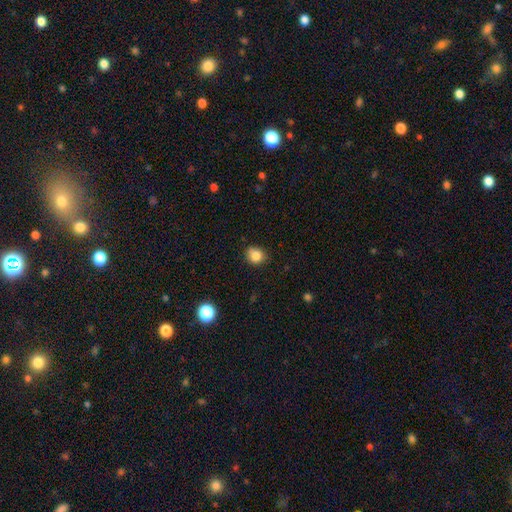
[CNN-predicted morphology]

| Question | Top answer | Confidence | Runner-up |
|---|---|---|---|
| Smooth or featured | smooth | 83% | star or artifact (11%) |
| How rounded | round | 73% | in between (26%) |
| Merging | none | 76% | minor disturbance (18%) |